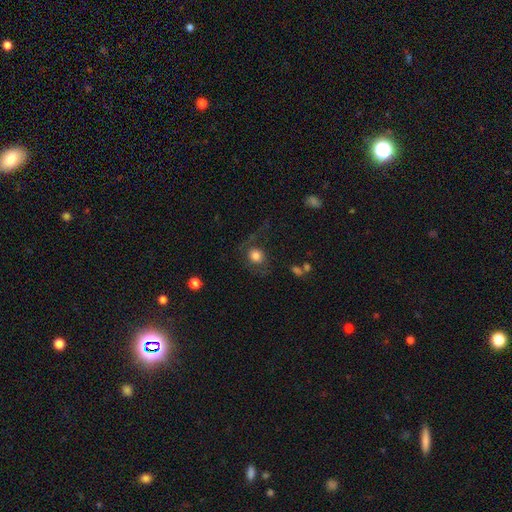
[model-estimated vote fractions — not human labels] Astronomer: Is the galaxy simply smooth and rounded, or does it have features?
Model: smooth — 69%.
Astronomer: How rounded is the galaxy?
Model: round — 77%.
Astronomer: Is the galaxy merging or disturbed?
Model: none — 48% (runner-up: major disturbance, 31%).